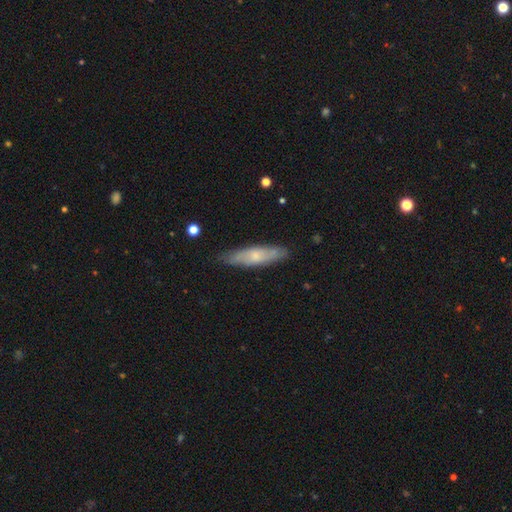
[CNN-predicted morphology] A smooth galaxy with no disk features (55%) that is cigar-shaped (71%).

Vote fractions:
- Smooth or featured? smooth: 55% / featured or disk: 39% / star or artifact: 6%
- How rounded? cigar-shaped: 71% / in between: 27% / round: 2%
- Merging? none: 81% / minor disturbance: 15% / major disturbance: 3% / merger: 1%